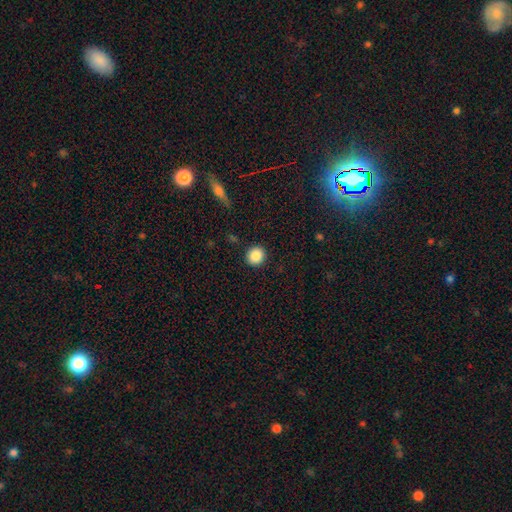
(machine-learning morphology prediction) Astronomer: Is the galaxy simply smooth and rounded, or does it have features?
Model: smooth — 88%.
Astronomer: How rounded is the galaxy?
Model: round — 89%.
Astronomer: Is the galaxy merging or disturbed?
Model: none — 91%.